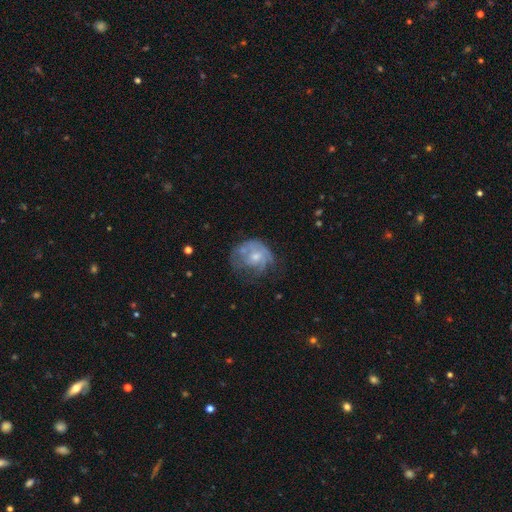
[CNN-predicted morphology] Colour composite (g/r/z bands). It shows a featured or disk galaxy (64%) with no bar (74%), spiral arms (63%) and a moderate central bulge (46%). Merging: none (41%).